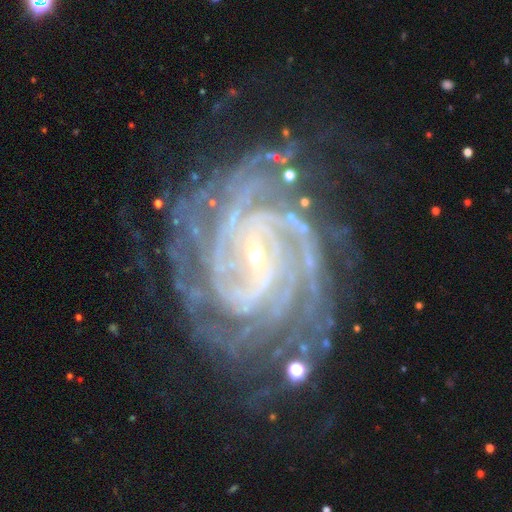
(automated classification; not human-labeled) smooth-or-featured: featured or disk: 92% | star or artifact: 5% | smooth: 3%
  disk-edge-on: no: 98% | yes: 2%
    bar: weak: 39% | no: 35% | strong: 26%
    has-spiral-arms: yes: 99% | no: 1%
      spiral-winding: tight: 72% | medium: 24% | loose: 4%
      spiral-arm-count: 4: 27% | more than 4: 20% | can't tell: 16% | 3: 16% | 2: 13% | 1: 8%
    bulge-size: small: 85% | moderate: 11% | none: 2% | large: 1% | dominant: 1%
  merging: none: 69% | minor disturbance: 19% | major disturbance: 10% | merger: 2%